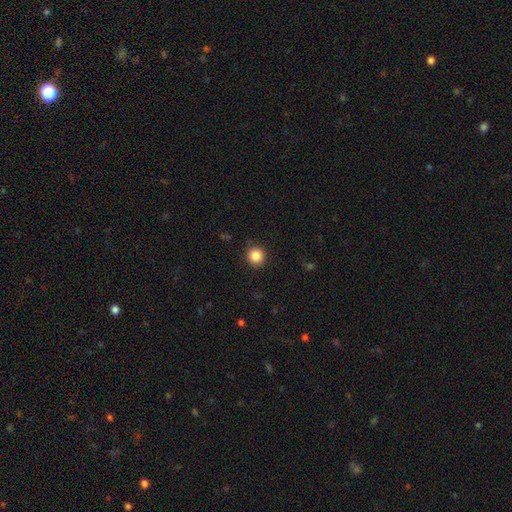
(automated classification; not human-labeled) This appears to be a smooth galaxy with no disk features (86%) that is round (93%). Merging: none (90%).